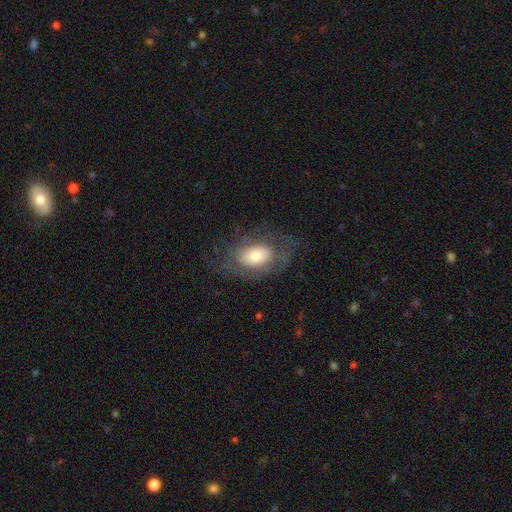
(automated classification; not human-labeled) Overall: smooth (51%; featured or disk 41%). How rounded: in between (85%). Merging: none (58%; minor disturbance 21%).